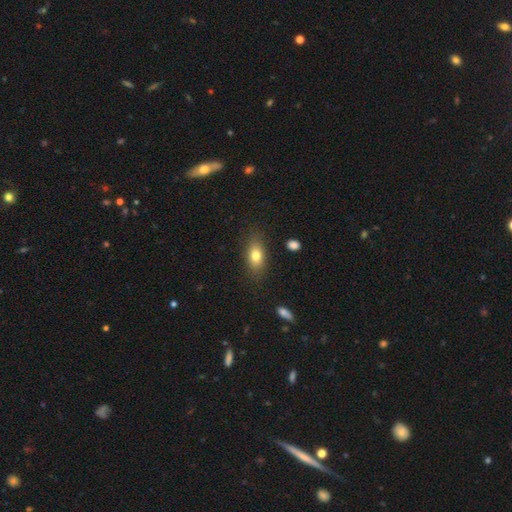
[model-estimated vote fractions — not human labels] This is likely a smooth galaxy (77%). How rounded: clearly in between (81%). Merging: clearly none (82%).